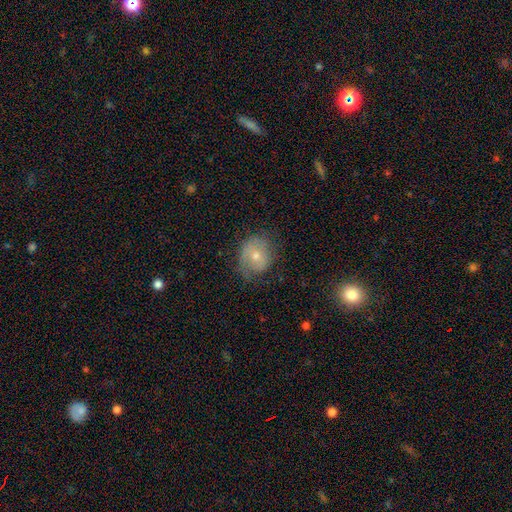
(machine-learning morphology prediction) Smooth or featured: featured or disk — 47% (smooth — 43%)
Merging: none — 61% (minor disturbance — 26%)